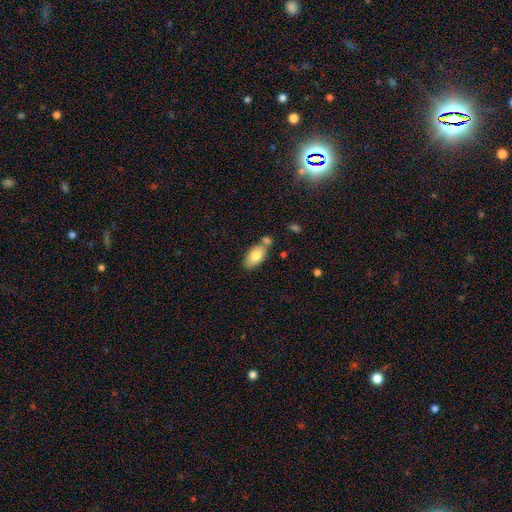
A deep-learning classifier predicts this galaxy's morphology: smooth-or-featured: smooth: 76% | featured or disk: 18% | star or artifact: 7%
  how-rounded: in between: 92% | round: 5% | cigar-shaped: 3%
  merging: none: 63% | merger: 19% | minor disturbance: 15% | major disturbance: 4%